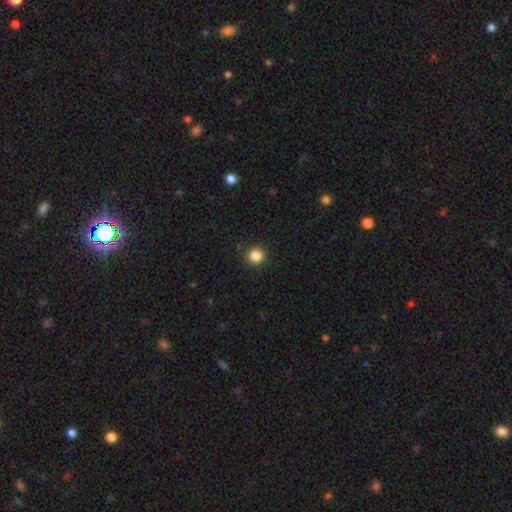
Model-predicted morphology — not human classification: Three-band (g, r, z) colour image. It shows a smooth galaxy with no disk features (85%) that is round (95%). Merging: none (90%).